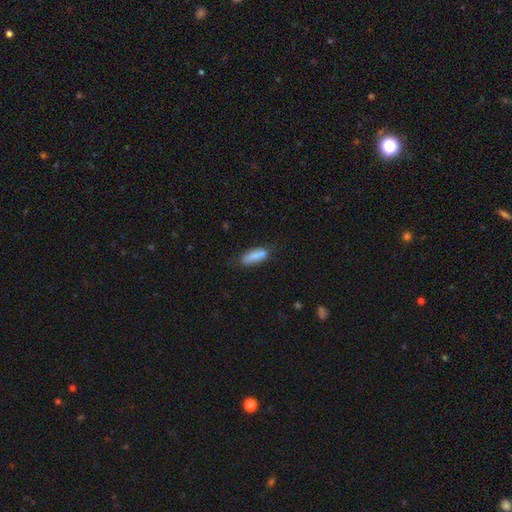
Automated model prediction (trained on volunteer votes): This is clearly a smooth galaxy (83%). How rounded: likely in between (61%). Merging: likely none (64%).